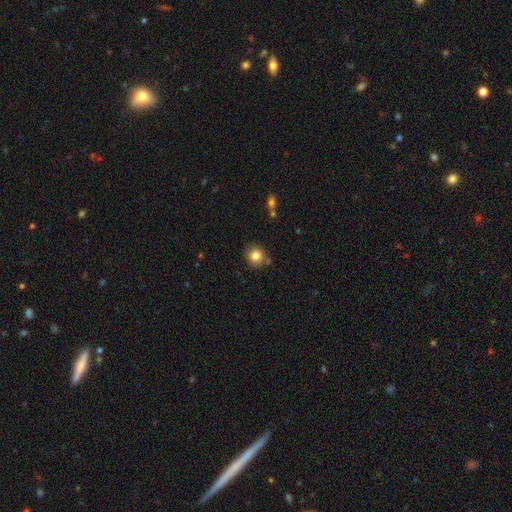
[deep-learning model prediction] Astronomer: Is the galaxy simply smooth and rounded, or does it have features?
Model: smooth — 83%.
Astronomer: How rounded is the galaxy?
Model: round — 87%.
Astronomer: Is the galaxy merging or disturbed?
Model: none — 81%.